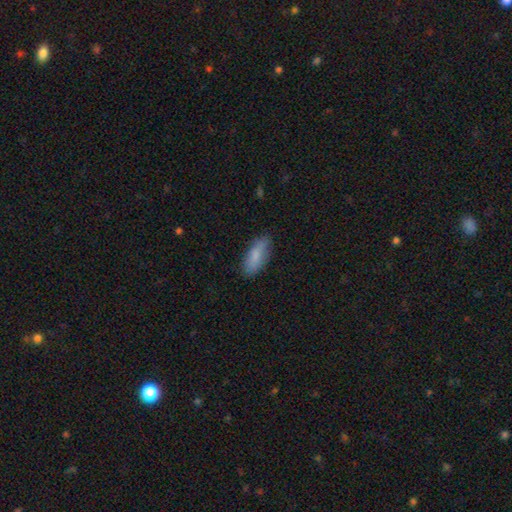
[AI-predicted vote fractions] Smooth or featured? Predicted: smooth (p=0.84). How rounded? Predicted: in between (p=0.74). Merging? Predicted: none (p=0.82).